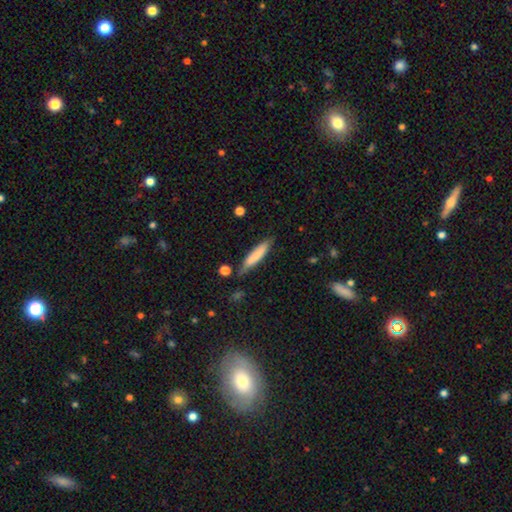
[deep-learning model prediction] Q: Smooth or featured?
A: smooth (75%); runner-up: featured or disk (19%)
Q: How rounded?
A: cigar-shaped (84%); runner-up: in between (14%)
Q: Merging?
A: none (71%); runner-up: minor disturbance (21%)